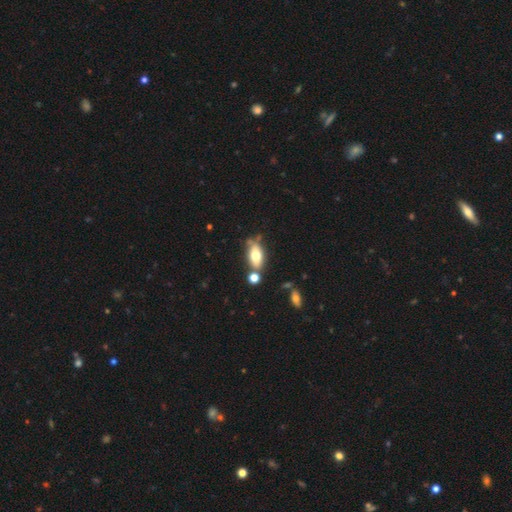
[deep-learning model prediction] The model was most divided on "merging": none: 60%, merger: 17%, minor disturbance: 17%, major disturbance: 5%. More confident: how rounded — in between (87%); smooth or featured — smooth (70%).